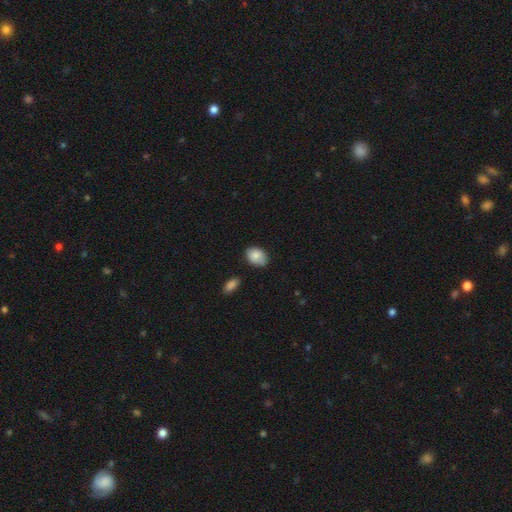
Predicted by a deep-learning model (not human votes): Q: Smooth or featured?
A: smooth (86%); runner-up: star or artifact (7%)
Q: How rounded?
A: in between (77%); runner-up: round (22%)
Q: Merging?
A: none (69%); runner-up: minor disturbance (24%)